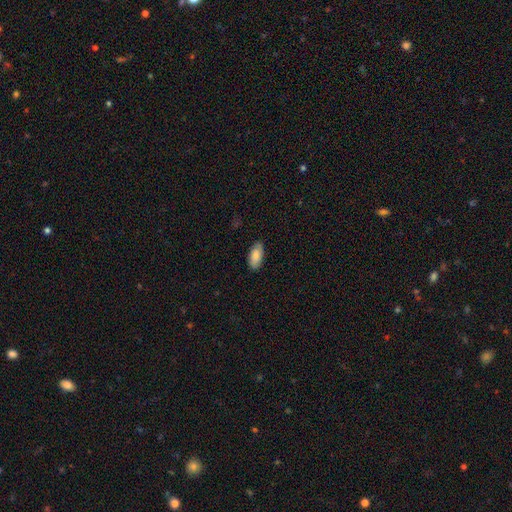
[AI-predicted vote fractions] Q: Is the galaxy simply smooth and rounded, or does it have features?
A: smooth — 84%.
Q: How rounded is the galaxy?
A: in between — 91%.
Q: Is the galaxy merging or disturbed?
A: none — 83%.